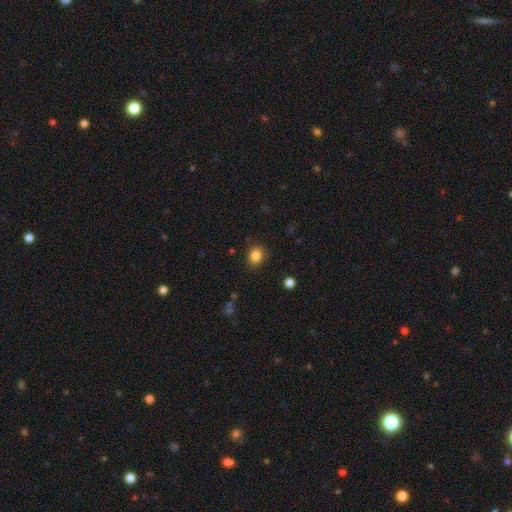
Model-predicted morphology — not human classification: The model was most divided on "how rounded": round: 72%, in between: 27%, cigar-shaped: 1%. More confident: smooth or featured — smooth (84%); merging — none (84%).